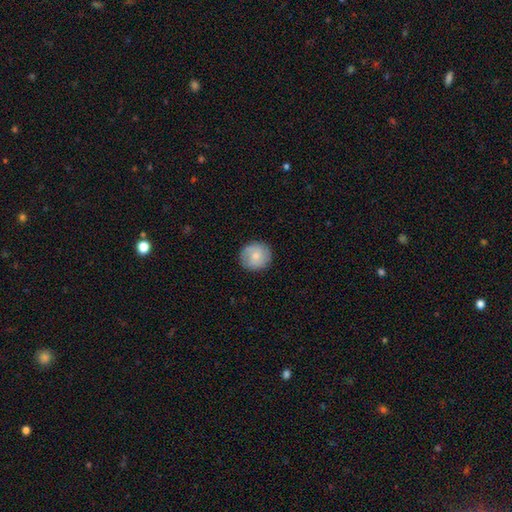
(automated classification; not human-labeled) smooth-or-featured: smooth: 70% | featured or disk: 23% | star or artifact: 7%
  how-rounded: round: 93% | in between: 6% | cigar-shaped: 1%
  merging: none: 88% | minor disturbance: 9% | major disturbance: 2% | merger: 1%